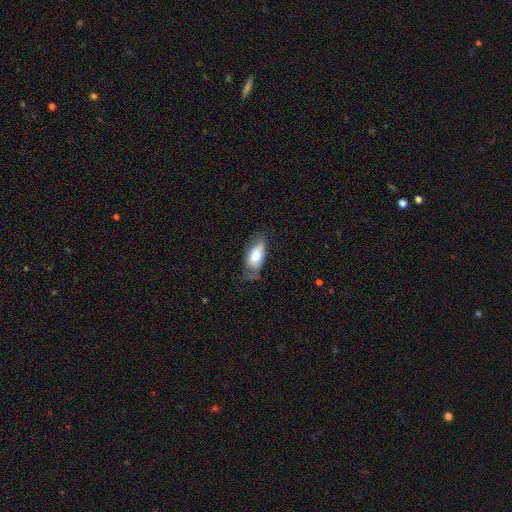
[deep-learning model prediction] A smooth galaxy with no disk features (74%) that is in between round and cigar-shaped (88%). Merging: none (45%).